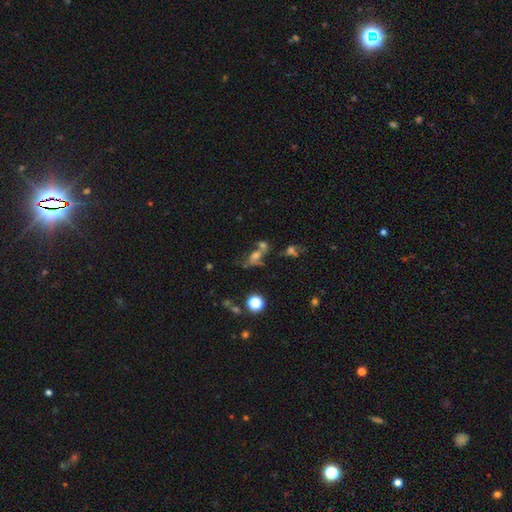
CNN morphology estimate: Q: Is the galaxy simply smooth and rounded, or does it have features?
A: smooth — 43%.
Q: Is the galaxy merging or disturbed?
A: merger — 39%.